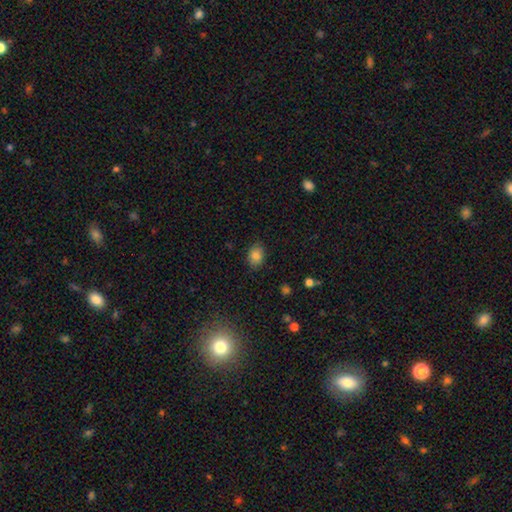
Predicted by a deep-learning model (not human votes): smooth_or_featured: smooth (p=0.84) [alt: star or artifact p=0.10]
how_rounded: in between (p=0.68) [alt: round p=0.31]
merging: none (p=0.85) [alt: minor disturbance p=0.12]